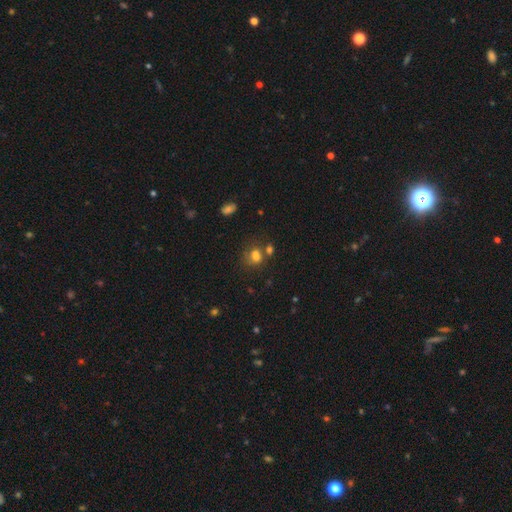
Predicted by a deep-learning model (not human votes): Overall: smooth (72%). How rounded: in between (53%; round 46%). Merging: none (43%; merger 32%).